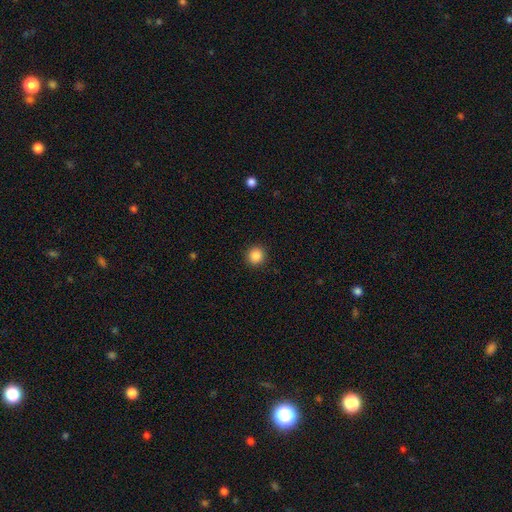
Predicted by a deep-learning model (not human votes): smooth_or_featured: smooth (p=0.87) [alt: star or artifact p=0.10]
how_rounded: round (p=0.93) [alt: in between p=0.06]
merging: none (p=0.92) [alt: minor disturbance p=0.05]